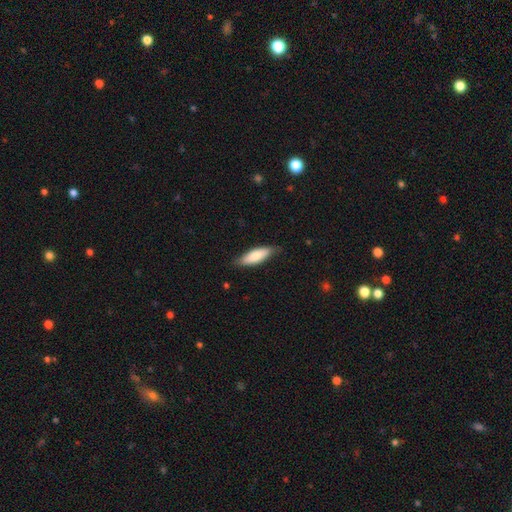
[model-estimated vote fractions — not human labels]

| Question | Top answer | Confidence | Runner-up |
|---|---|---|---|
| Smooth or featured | smooth | 75% | featured or disk (20%) |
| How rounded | in between | 60% | cigar-shaped (39%) |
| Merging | none | 75% | minor disturbance (20%) |